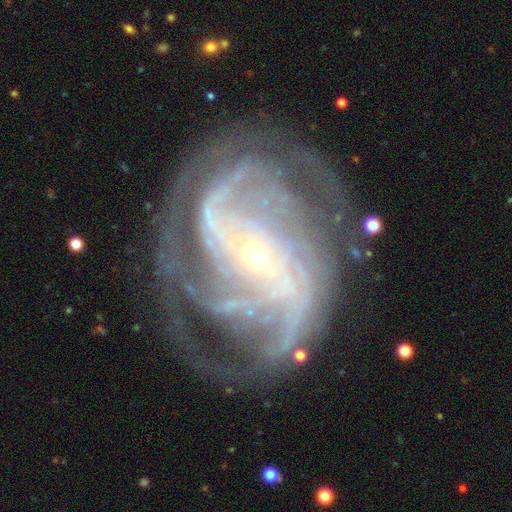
This appears to be a featured or disk galaxy (86%) with no bar (44%), 3 (62%) medium (47%) spiral arms (100%) and a small central bulge (94%). Merging: none (58%).